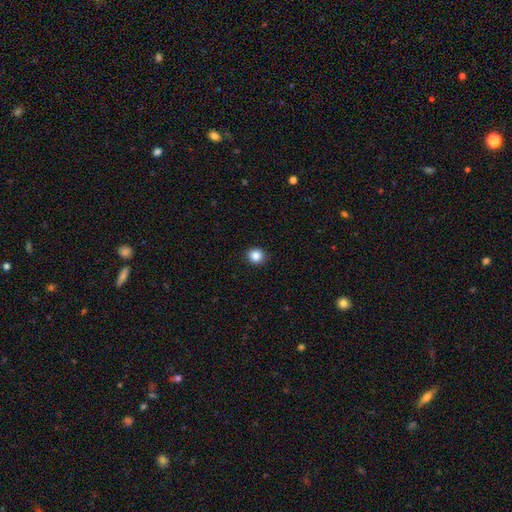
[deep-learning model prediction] Smooth or featured?
  - smooth: 86% *
  - star or artifact: 10%
  - featured or disk: 3%
How rounded?
  - round: 90% *
  - in between: 9%
  - cigar-shaped: 1%
Merging?
  - none: 92% *
  - minor disturbance: 5%
  - major disturbance: 2%
  - merger: 1%